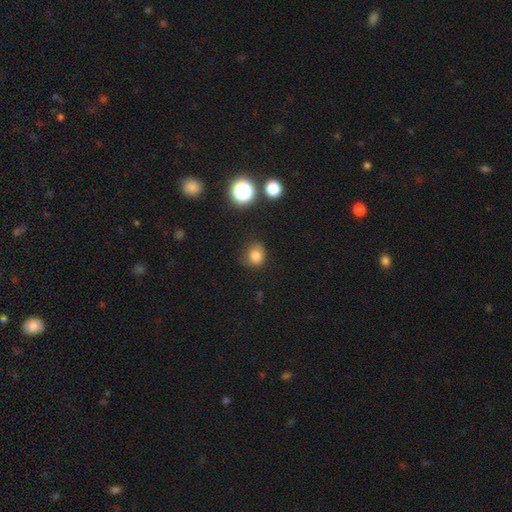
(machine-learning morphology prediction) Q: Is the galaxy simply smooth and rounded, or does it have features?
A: smooth — 80%.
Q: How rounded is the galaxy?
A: round — 75%.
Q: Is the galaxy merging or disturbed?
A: none — 71%.